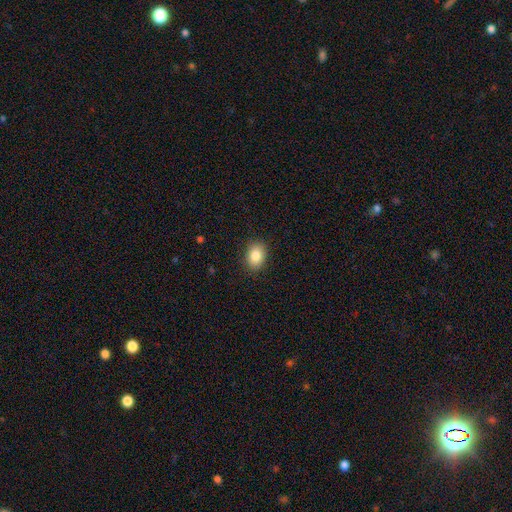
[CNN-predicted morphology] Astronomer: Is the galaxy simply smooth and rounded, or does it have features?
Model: smooth — 85%.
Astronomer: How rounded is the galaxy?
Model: in between — 69%.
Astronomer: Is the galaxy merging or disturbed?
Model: none — 88%.